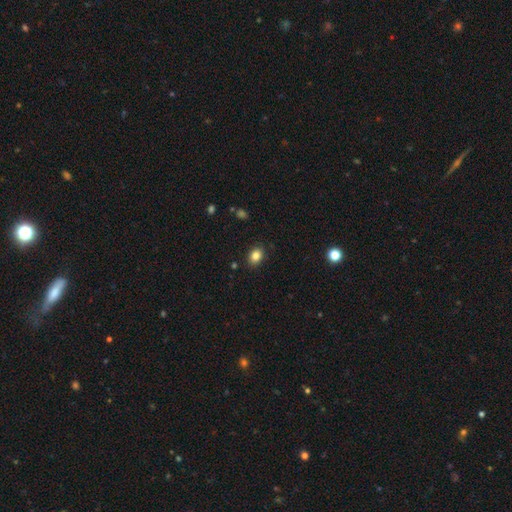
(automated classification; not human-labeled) This appears to be a smooth galaxy with no disk features (85%) that is in between round and cigar-shaped (60%). Merging: none (88%).